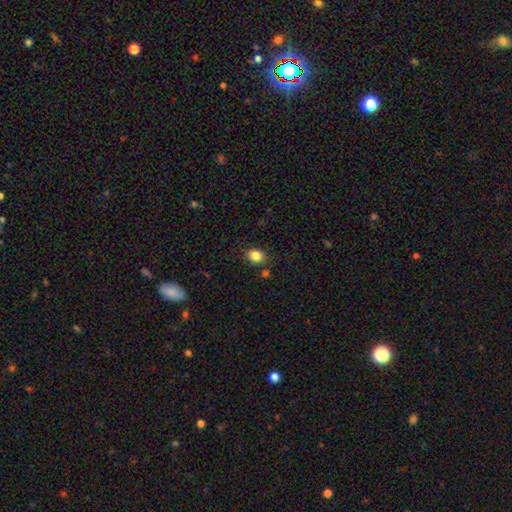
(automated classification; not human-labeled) This is clearly a smooth galaxy (84%). How rounded: possibly in between (53%). Merging: clearly none (84%).